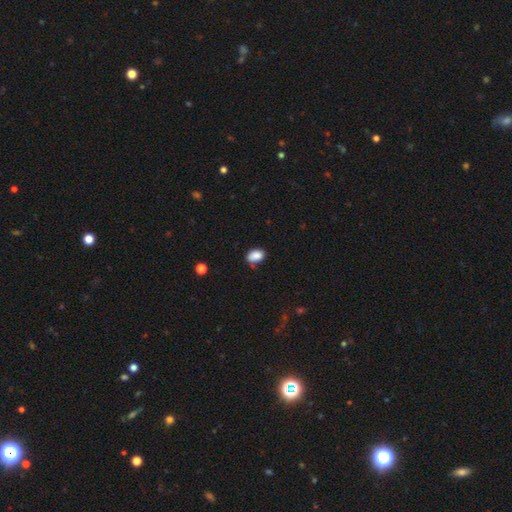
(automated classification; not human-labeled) A smooth galaxy with no disk features (87%) that is in between round and cigar-shaped (85%).

Vote fractions:
- Smooth or featured? smooth: 87% / star or artifact: 9% / featured or disk: 4%
- How rounded? in between: 85% / round: 14% / cigar-shaped: 1%
- Merging? none: 69% / minor disturbance: 24% / major disturbance: 4% / merger: 3%